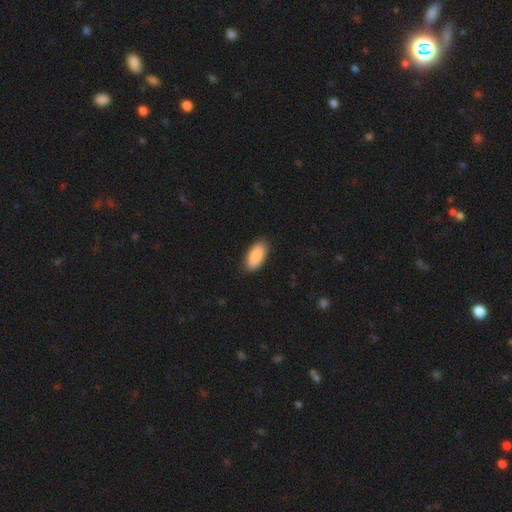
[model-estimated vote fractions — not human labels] The model was most divided on "merging": none: 87%, minor disturbance: 10%, major disturbance: 2%, merger: 1%. More confident: how rounded — in between (91%); smooth or featured — smooth (91%).